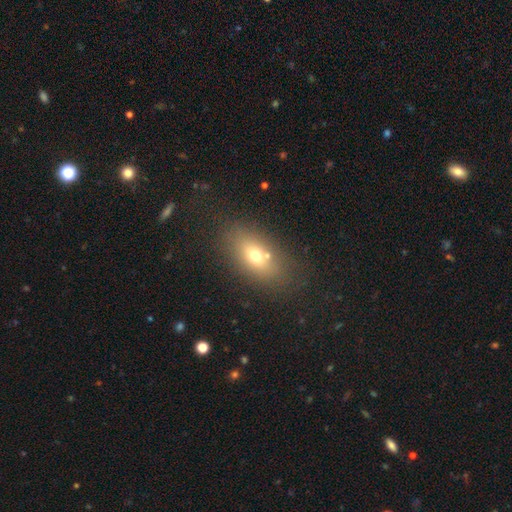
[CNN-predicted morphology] Smooth or featured?
  - smooth: 67% *
  - featured or disk: 20%
  - star or artifact: 13%
How rounded?
  - in between: 81% *
  - round: 13%
  - cigar-shaped: 6%
Merging?
  - none: 72% *
  - minor disturbance: 12%
  - merger: 10%
  - major disturbance: 5%